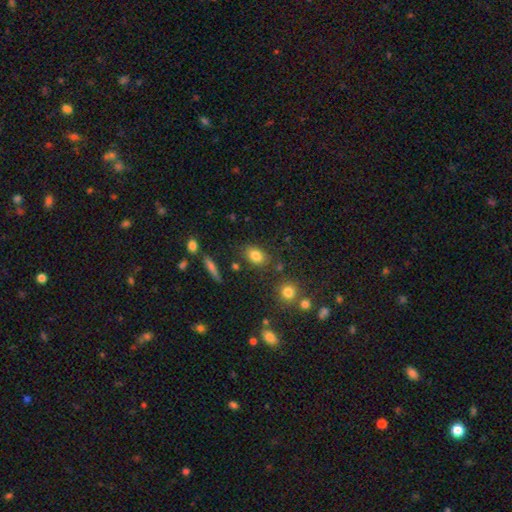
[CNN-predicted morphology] smooth-or-featured: smooth: 80% | star or artifact: 11% | featured or disk: 9%
  how-rounded: in between: 77% | round: 21% | cigar-shaped: 3%
  merging: none: 77% | minor disturbance: 13% | merger: 6% | major disturbance: 4%